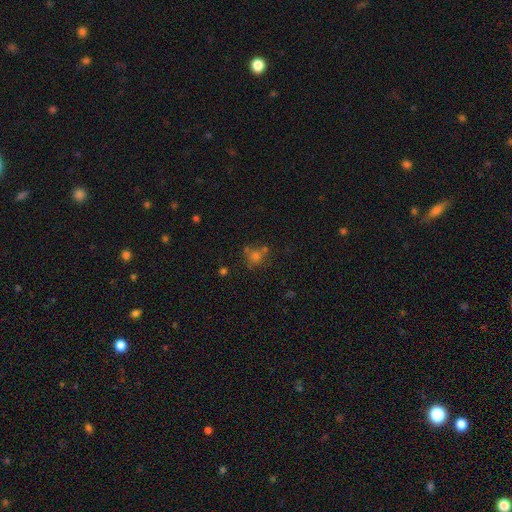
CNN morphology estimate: type=smooth (56%); roundness=round (79%); merging=none (59%).